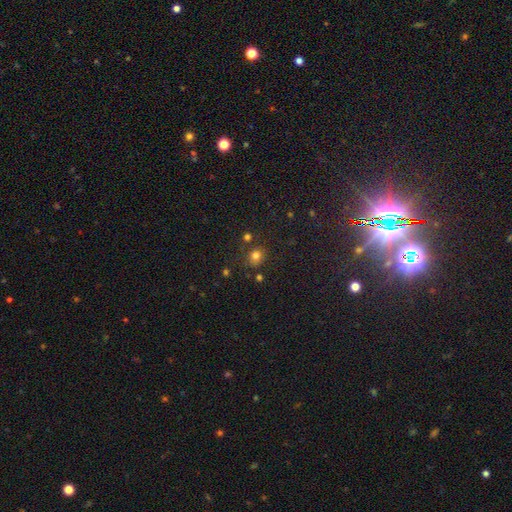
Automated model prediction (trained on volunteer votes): Q: Smooth or featured?
A: smooth (75%); runner-up: star or artifact (18%)
Q: How rounded?
A: round (73%); runner-up: in between (26%)
Q: Merging?
A: none (77%); runner-up: minor disturbance (12%)